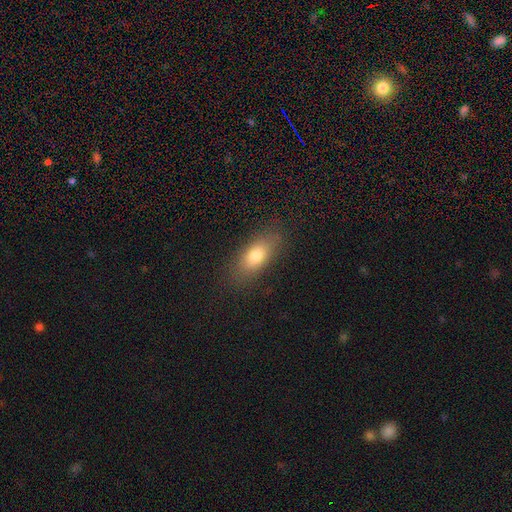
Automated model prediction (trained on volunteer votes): Overall: smooth (78%). How rounded: in between (82%). Merging: none (83%).